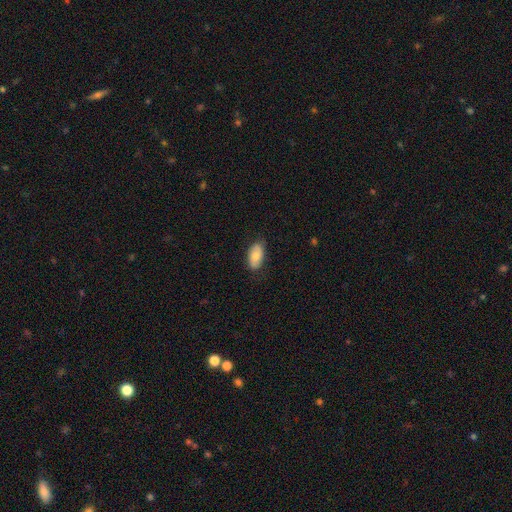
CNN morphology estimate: smooth 76%, featured or disk 18%, star or artifact 6%. Down the decision tree: how rounded — in between (94%); merging — none (81%).